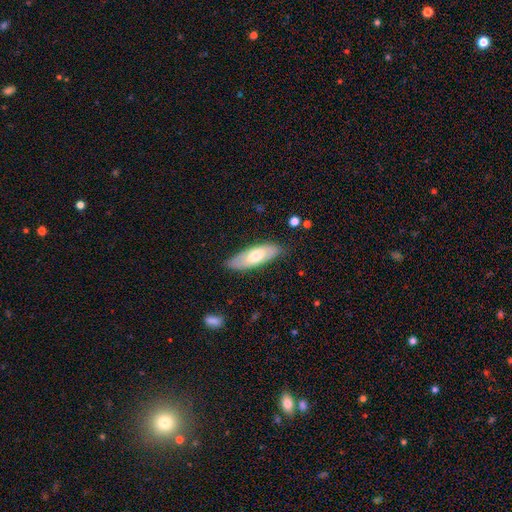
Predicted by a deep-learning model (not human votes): Q: Smooth or featured?
A: smooth (62%); runner-up: featured or disk (32%)
Q: How rounded?
A: in between (67%); runner-up: cigar-shaped (31%)
Q: Merging?
A: none (80%); runner-up: minor disturbance (15%)